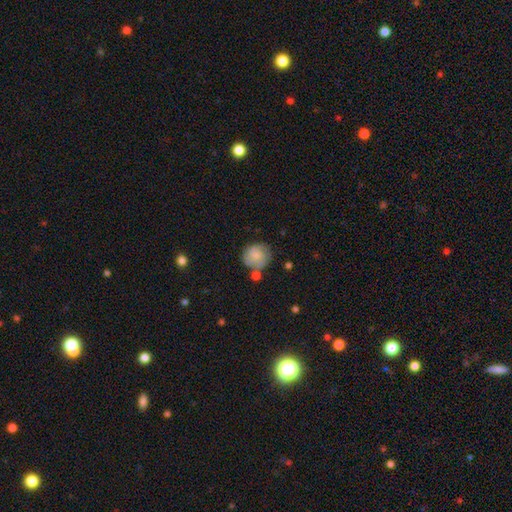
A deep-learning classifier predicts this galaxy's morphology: smooth-or-featured: smooth: 55% | featured or disk: 37% | star or artifact: 8%
  how-rounded: round: 83% | in between: 16% | cigar-shaped: 1%
  merging: none: 63% | minor disturbance: 20% | merger: 11% | major disturbance: 6%